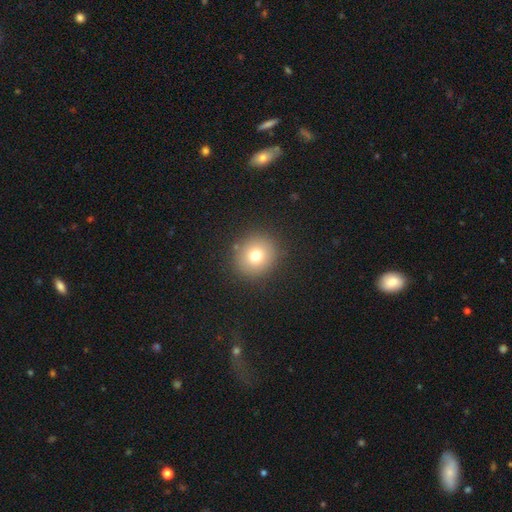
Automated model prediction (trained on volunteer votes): This is likely a smooth galaxy (74%). How rounded: clearly round (88%). Merging: clearly none (89%).